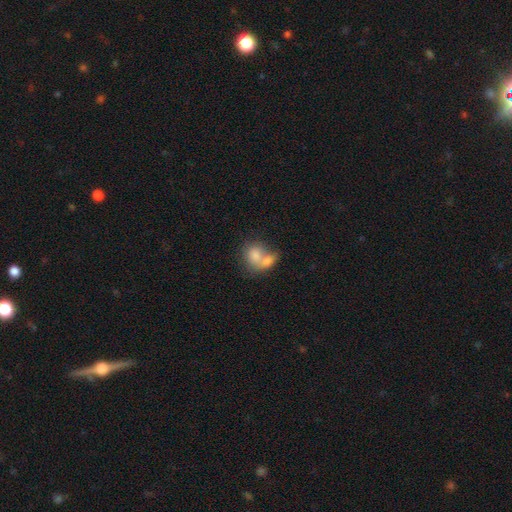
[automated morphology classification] A smooth galaxy with no disk features (75%) that is round (50%). Merging: merger (68%).